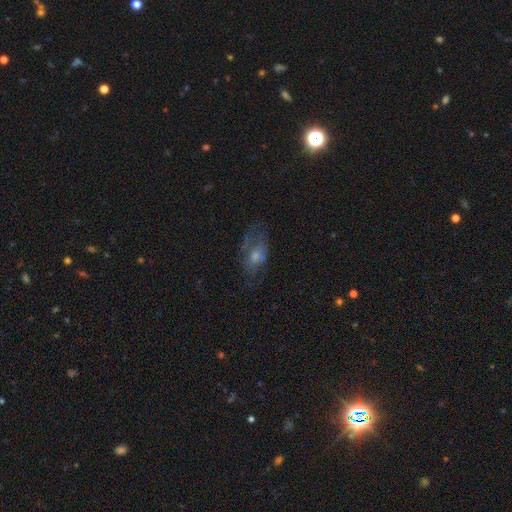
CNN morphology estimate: This appears to be a featured or disk galaxy (42%). Merging: none (50%).